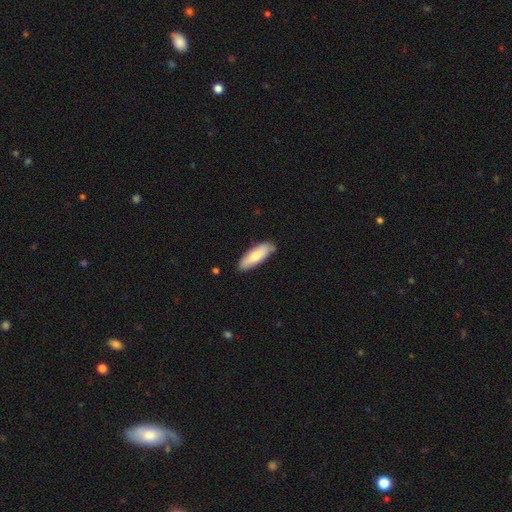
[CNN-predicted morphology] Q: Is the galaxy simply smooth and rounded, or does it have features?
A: smooth — 72%.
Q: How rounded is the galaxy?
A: in between — 57%.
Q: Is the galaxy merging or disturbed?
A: none — 83%.